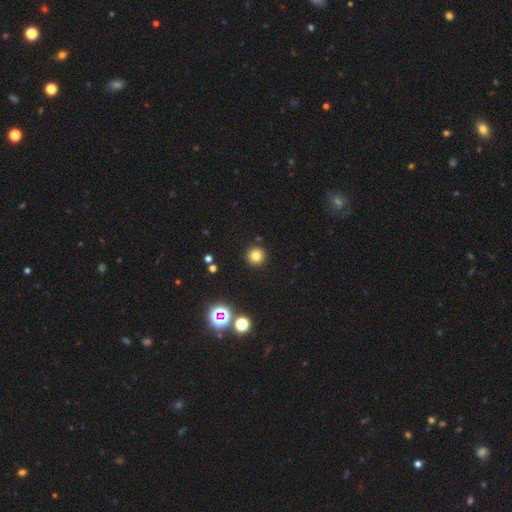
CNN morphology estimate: Smooth or featured?
  - smooth: 79% *
  - star or artifact: 15%
  - featured or disk: 6%
How rounded?
  - round: 95% *
  - in between: 4%
  - cigar-shaped: 1%
Merging?
  - none: 91% *
  - minor disturbance: 5%
  - merger: 2%
  - major disturbance: 2%